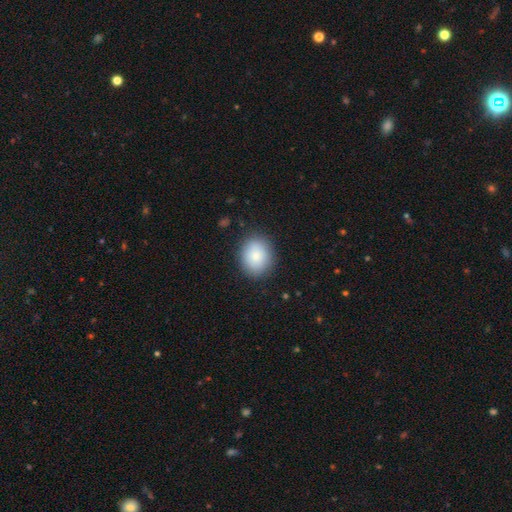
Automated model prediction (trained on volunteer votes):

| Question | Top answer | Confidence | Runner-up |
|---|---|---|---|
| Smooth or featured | smooth | 85% | star or artifact (7%) |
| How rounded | round | 53% | in between (46%) |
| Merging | none | 85% | minor disturbance (10%) |